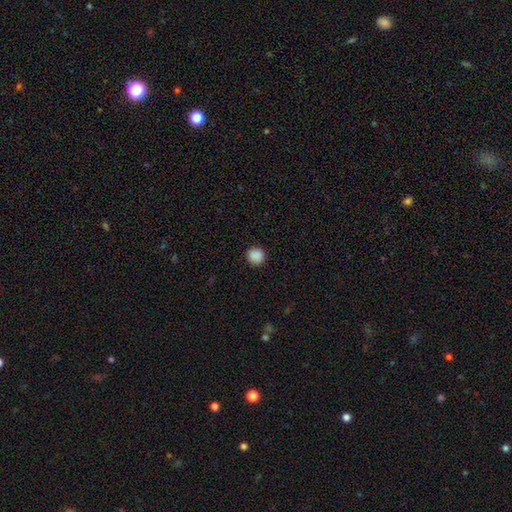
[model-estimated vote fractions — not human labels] Morphology: type=smooth (88%); roundness=round (94%); merging=none (92%).